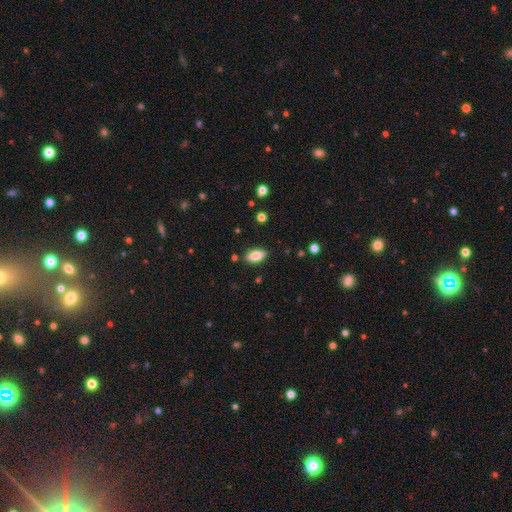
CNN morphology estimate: The model was most divided on "smooth or featured": smooth: 81%, featured or disk: 12%, star or artifact: 7%. More confident: how rounded — in between (87%); merging — none (85%).